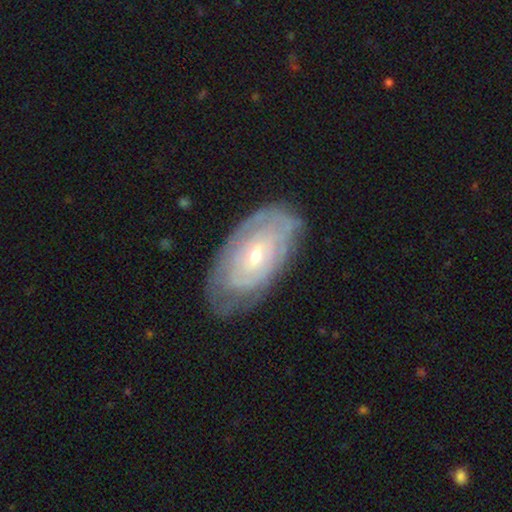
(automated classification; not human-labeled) Q: Smooth or featured?
A: featured or disk (75%); runner-up: smooth (19%)
Q: Edge-on disk?
A: no (93%); runner-up: yes (7%)
Q: Bar?
A: no (69%); runner-up: weak (25%)
Q: Spiral arms?
A: yes (77%); runner-up: no (23%)
Q: Spiral winding?
A: tight (79%); runner-up: medium (15%)
Q: Spiral arm count?
A: can't tell (64%); runner-up: 2 (15%)
Q: Bulge size?
A: small (67%); runner-up: moderate (30%)
Q: Merging?
A: none (72%); runner-up: minor disturbance (20%)